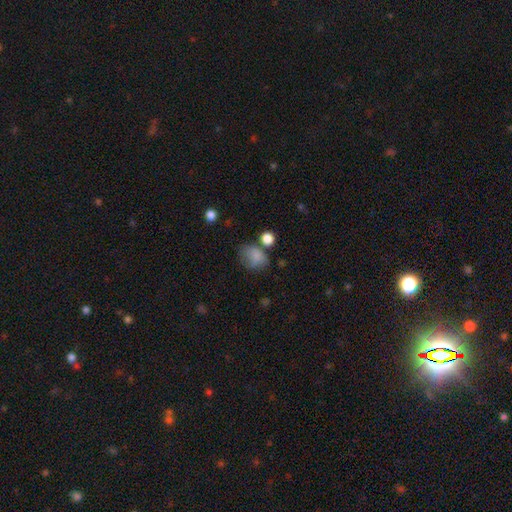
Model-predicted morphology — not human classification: Overall: smooth (78%). How rounded: in between (58%; round 41%). Merging: none (46%; minor disturbance 26%).